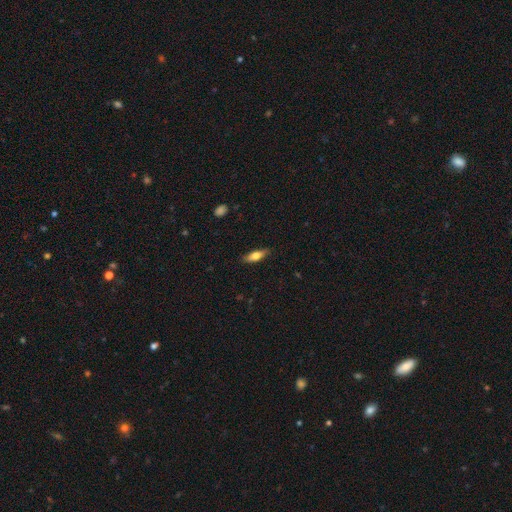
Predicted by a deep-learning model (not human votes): smooth 65%, featured or disk 28%, star or artifact 7%. Down the decision tree: how rounded — in between (51%); merging — none (85%).